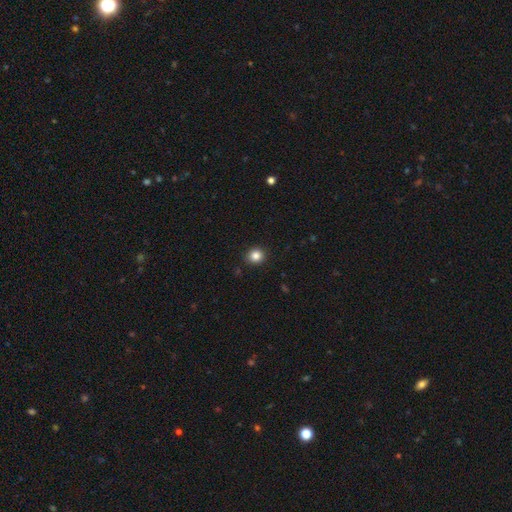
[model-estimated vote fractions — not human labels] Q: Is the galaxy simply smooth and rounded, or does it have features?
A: smooth — 85%.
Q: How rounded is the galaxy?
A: round — 87%.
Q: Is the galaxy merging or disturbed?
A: none — 92%.